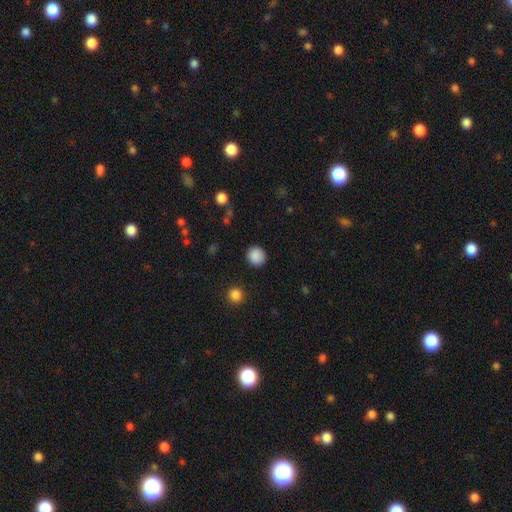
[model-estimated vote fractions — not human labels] This appears to be a smooth galaxy with no disk features (88%) that is round (90%). Merging: none (90%).